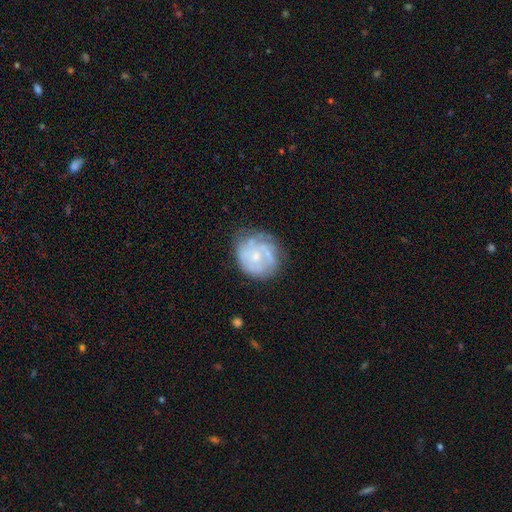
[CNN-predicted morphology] Smooth or featured? featured or disk (63%)
Edge-on disk? no (98%)
Bar? no (80%)
Spiral arms? yes (55%)
Bulge size? small (61%)
Merging? none (60%)